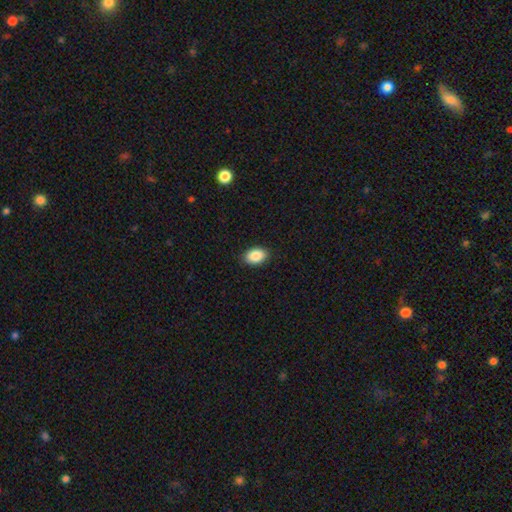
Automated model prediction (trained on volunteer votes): Q: Smooth or featured?
A: smooth (88%); runner-up: star or artifact (7%)
Q: How rounded?
A: in between (87%); runner-up: round (12%)
Q: Merging?
A: none (89%); runner-up: minor disturbance (8%)